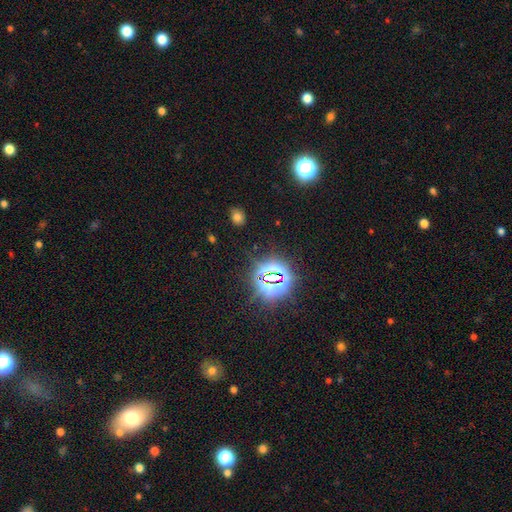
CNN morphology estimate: smooth_or_featured: star or artifact (p=0.76) [alt: smooth p=0.16]